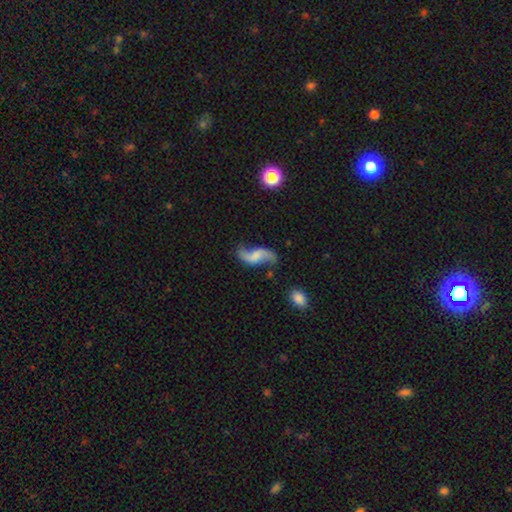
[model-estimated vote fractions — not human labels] Smooth or featured? Predicted: featured or disk (p=0.78). Edge-on disk? Predicted: no (p=0.96). Bar? Predicted: no (p=0.42, tied with weak). Spiral arms? Predicted: yes (p=0.93). Spiral winding? Predicted: loose (p=0.90). Spiral arm count? Predicted: 2 (p=0.92). Bulge size? Predicted: none (p=0.52). Merging? Predicted: none (p=0.67).